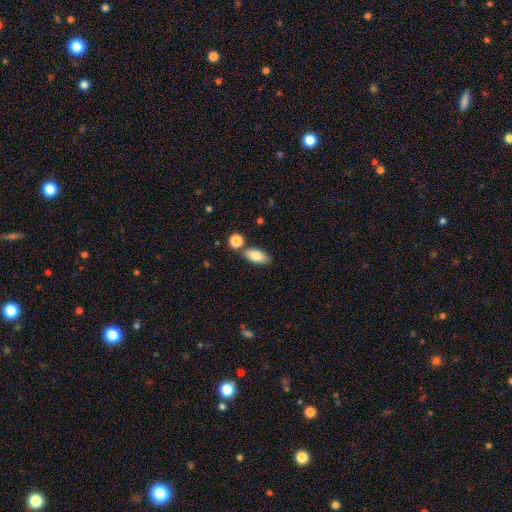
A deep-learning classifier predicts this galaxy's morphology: Smooth or featured: smooth — 82% (featured or disk — 11%)
How rounded: in between — 87% (cigar-shaped — 9%)
Merging: none — 72% (merger — 14%)